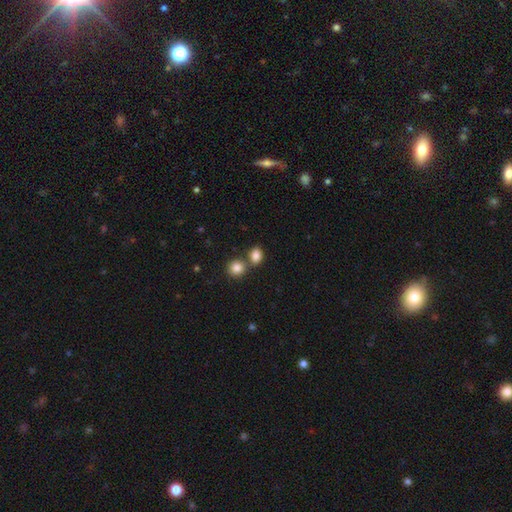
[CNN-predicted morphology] Smooth or featured? Predicted: smooth (p=0.84). How rounded? Predicted: in between (p=0.57). Merging? Predicted: none (p=0.54).